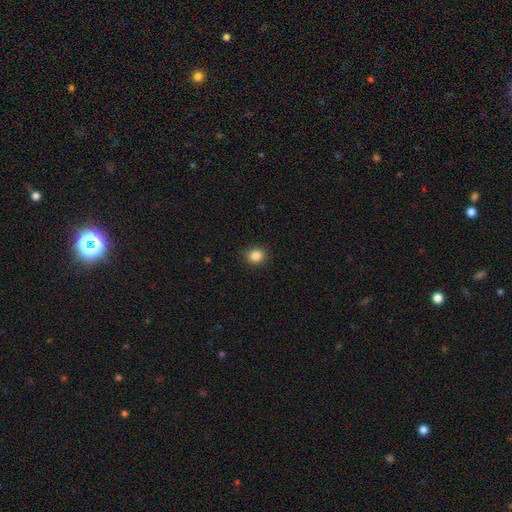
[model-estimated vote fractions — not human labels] Morphology: type=smooth (86%); roundness=round (76%); merging=none (87%).